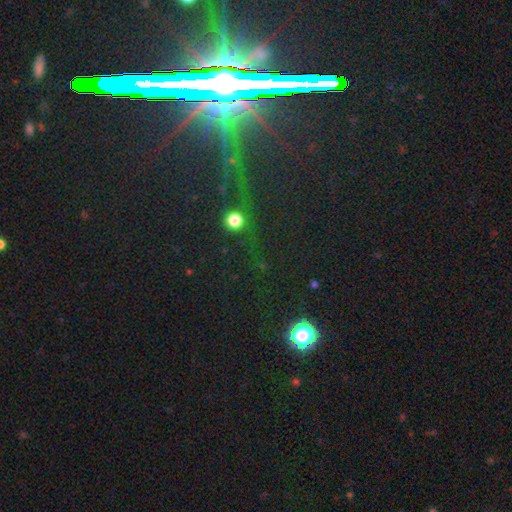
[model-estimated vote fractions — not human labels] This is likely a star or artifact rather than a galaxy (79%).